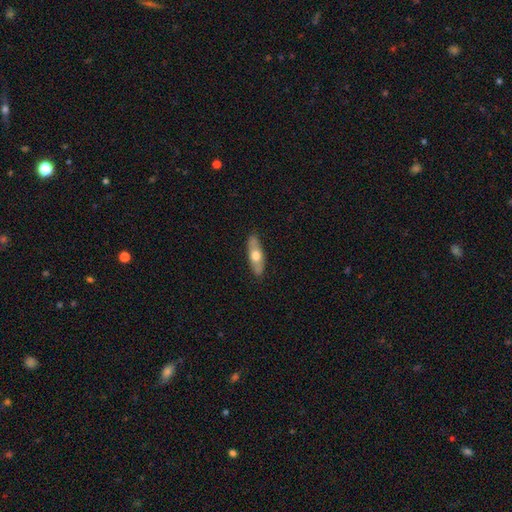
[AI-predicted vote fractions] smooth_or_featured: smooth (p=0.57) [alt: featured or disk p=0.38]
how_rounded: in between (p=0.59) [alt: cigar-shaped p=0.38]
merging: none (p=0.87) [alt: minor disturbance p=0.10]